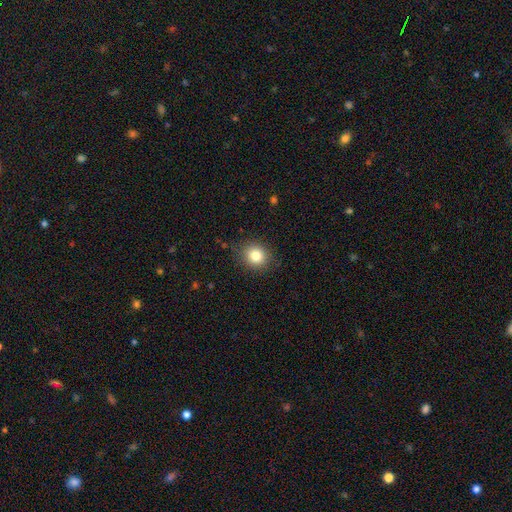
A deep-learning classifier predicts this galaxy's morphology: Q: Smooth or featured?
A: smooth (82%); runner-up: star or artifact (11%)
Q: How rounded?
A: round (81%); runner-up: in between (18%)
Q: Merging?
A: none (86%); runner-up: minor disturbance (10%)